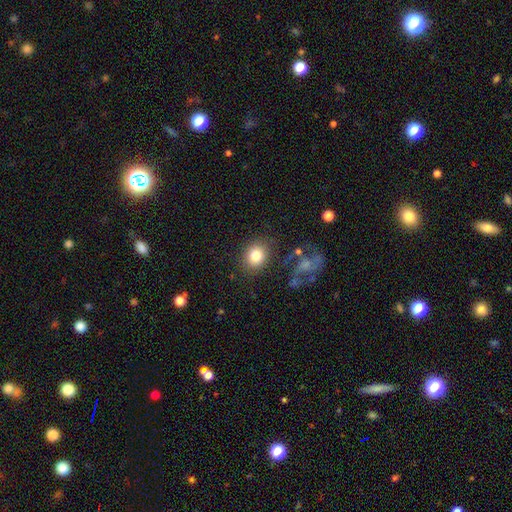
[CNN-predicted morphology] smooth 81%, featured or disk 10%, star or artifact 10%. Down the decision tree: how rounded — round (65%); merging — none (82%).